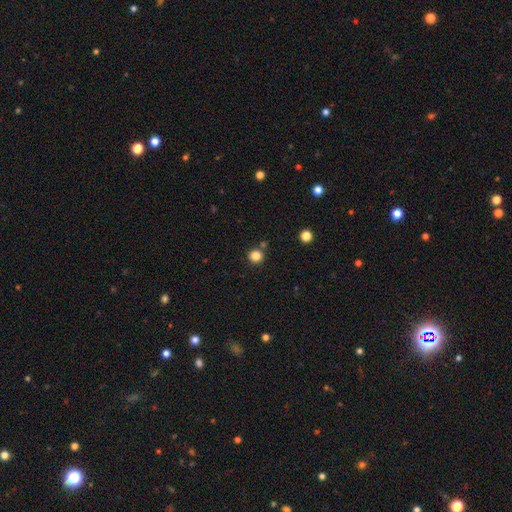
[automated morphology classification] This is clearly a smooth galaxy (83%). How rounded: clearly round (94%). Merging: clearly none (83%).